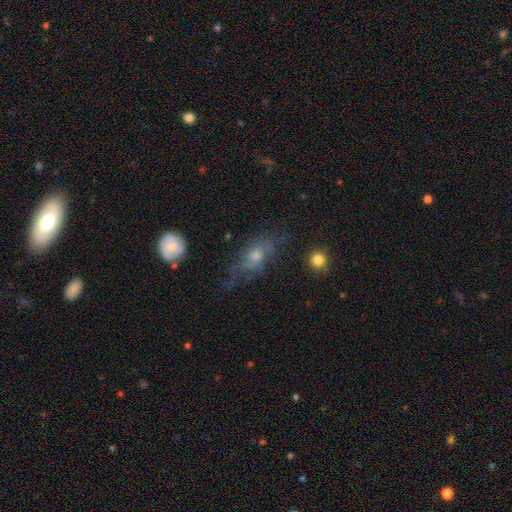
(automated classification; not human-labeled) Smooth or featured: featured or disk — 43% (tied with smooth — 43%)
Merging: none — 51% (minor disturbance — 25%)